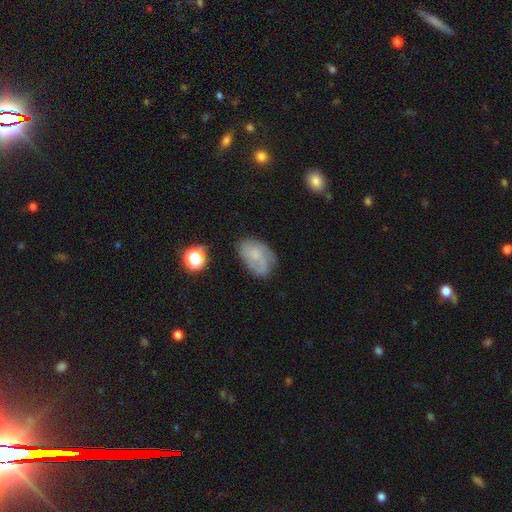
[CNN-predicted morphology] type=featured or disk (47%); merging=none (61%).